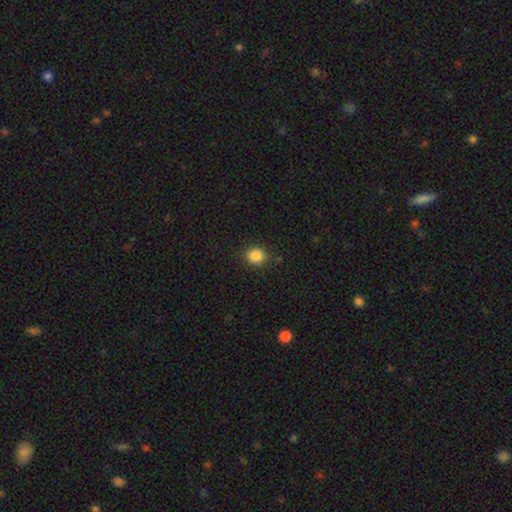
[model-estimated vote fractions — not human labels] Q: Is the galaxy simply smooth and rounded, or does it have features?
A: smooth — 85%.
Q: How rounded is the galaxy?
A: round — 79%.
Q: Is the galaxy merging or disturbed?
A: none — 87%.